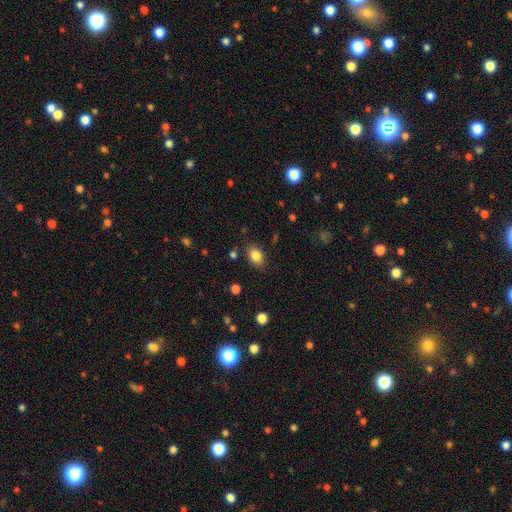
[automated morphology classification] smooth 85%, star or artifact 9%, featured or disk 6%. Down the decision tree: how rounded — in between (74%); merging — none (83%).